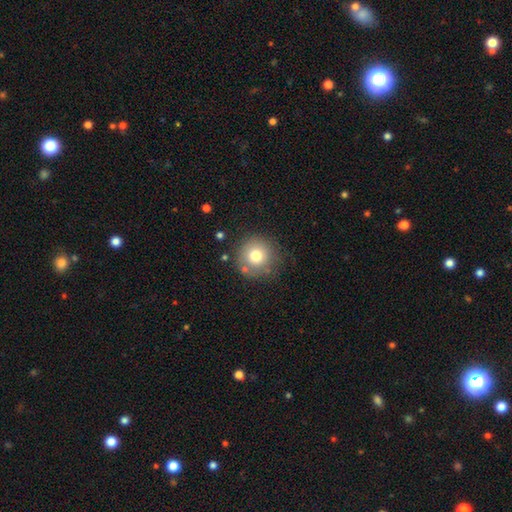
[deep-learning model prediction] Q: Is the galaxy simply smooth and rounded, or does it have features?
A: smooth — 75%.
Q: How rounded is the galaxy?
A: round — 94%.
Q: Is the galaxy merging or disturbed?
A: none — 77%.